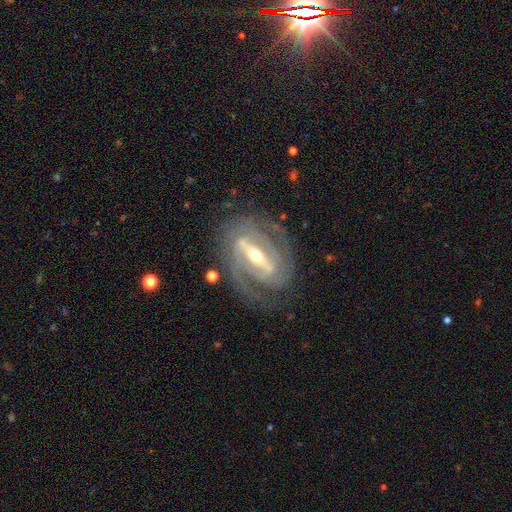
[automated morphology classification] Overall: featured or disk (90%). Edge-on disk: no (92%). Bar: strong (77%). Spiral arms: yes (94%). Spiral arm count: 2 (68%). Spiral winding: tight (56%; medium 35%). Bulge size: moderate (54%; small 41%). Merging: none (74%).